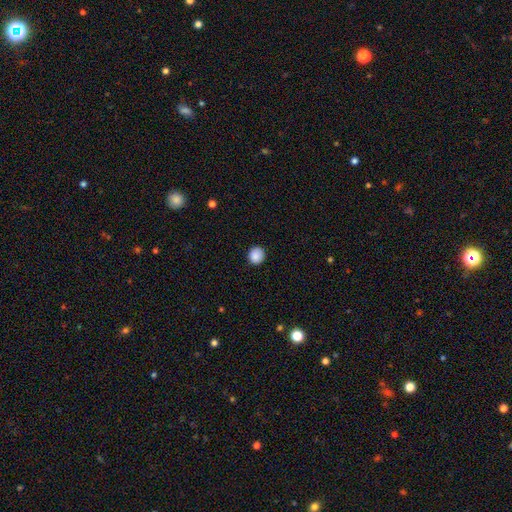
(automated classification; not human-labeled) smooth-or-featured: smooth: 88% | star or artifact: 9% | featured or disk: 3%
  how-rounded: round: 88% | in between: 11% | cigar-shaped: 1%
  merging: none: 89% | minor disturbance: 8% | major disturbance: 2% | merger: 1%